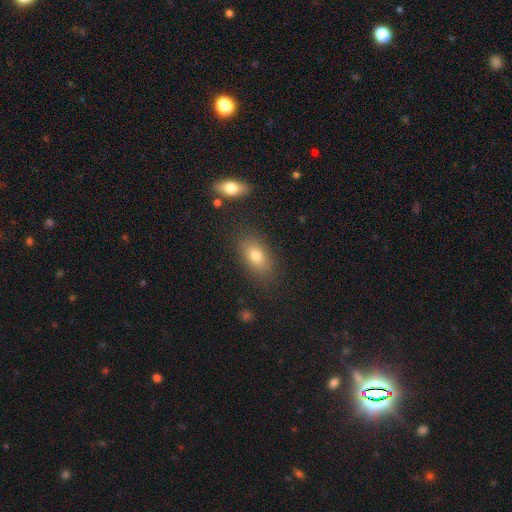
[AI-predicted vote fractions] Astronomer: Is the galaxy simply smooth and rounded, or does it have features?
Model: smooth — 77%.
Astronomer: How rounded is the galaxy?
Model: in between — 86%.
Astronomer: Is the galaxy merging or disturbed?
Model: none — 82%.